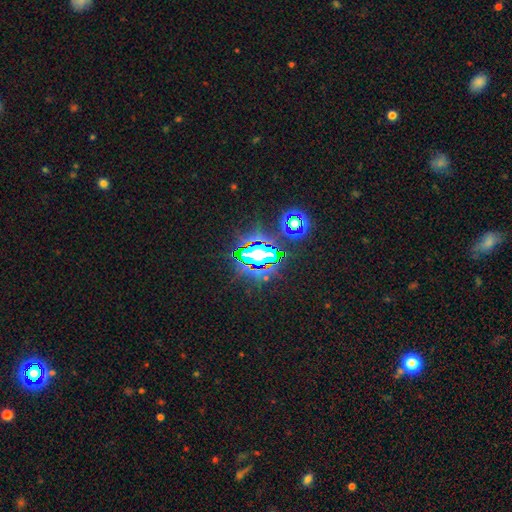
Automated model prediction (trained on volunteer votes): Smooth or featured?
  - star or artifact: 71% *
  - smooth: 18%
  - featured or disk: 12%